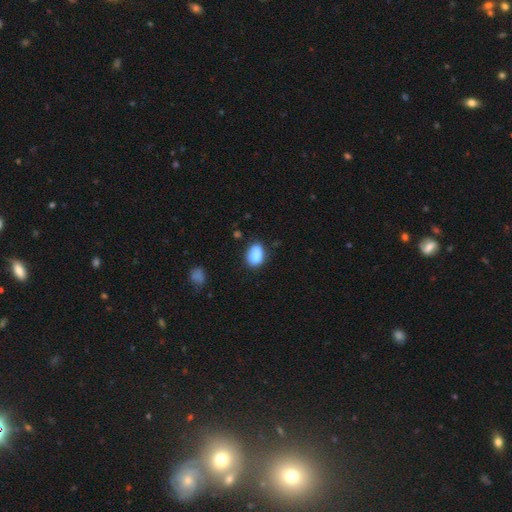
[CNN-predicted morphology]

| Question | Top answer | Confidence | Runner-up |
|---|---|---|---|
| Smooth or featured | smooth | 76% | featured or disk (15%) |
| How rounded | in between | 70% | round (29%) |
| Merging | none | 45% | minor disturbance (25%) |